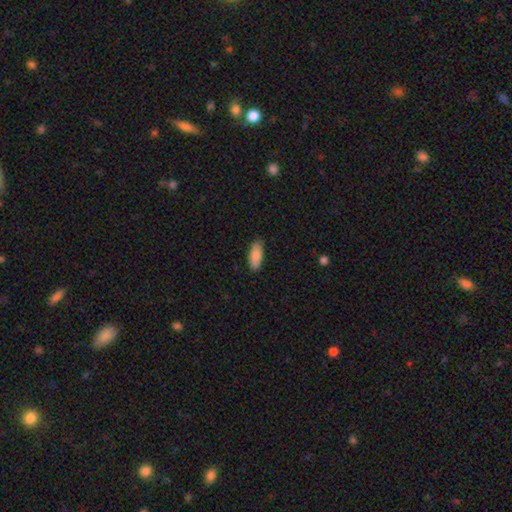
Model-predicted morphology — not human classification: Smooth or featured? Predicted: smooth (p=0.87). How rounded? Predicted: in between (p=0.82). Merging? Predicted: none (p=0.84).